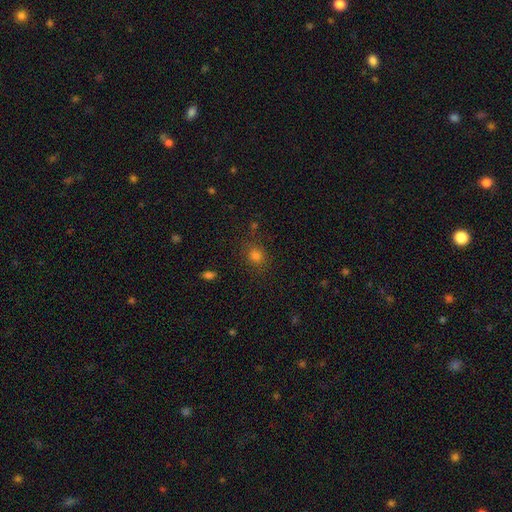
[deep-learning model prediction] Morphology: type=smooth (76%); roundness=round (69%); merging=none (82%).